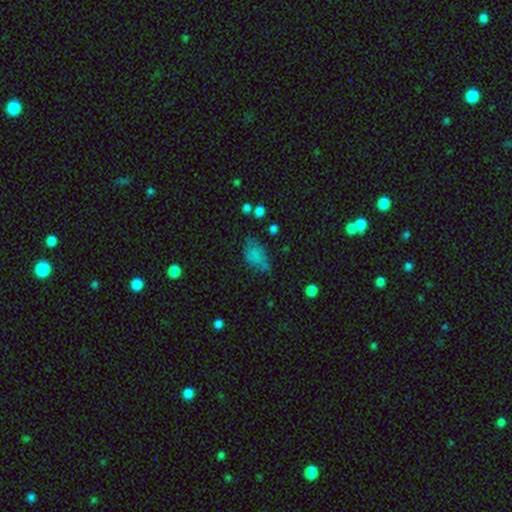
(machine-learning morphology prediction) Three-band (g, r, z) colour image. It shows a smooth galaxy with no disk features (71%) that is in between round and cigar-shaped (88%). Merging: none (45%).